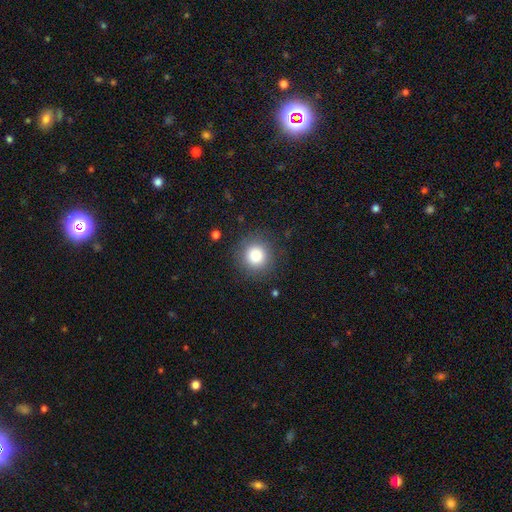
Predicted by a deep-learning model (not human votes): Smooth or featured? smooth (83%)
How rounded? round (94%)
Merging? none (87%)